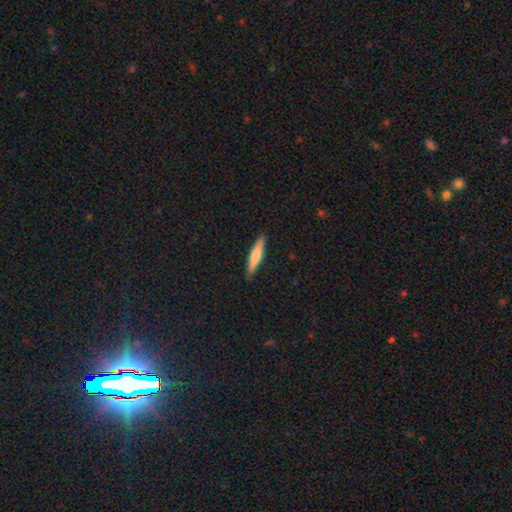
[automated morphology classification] This appears to be a smooth galaxy with no disk features (66%) that is cigar-shaped (87%). Merging: none (88%).